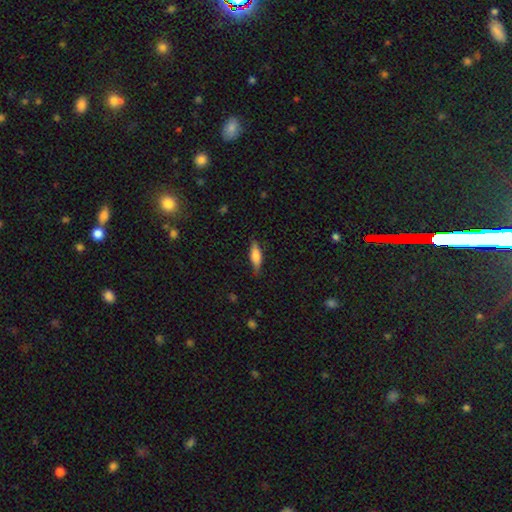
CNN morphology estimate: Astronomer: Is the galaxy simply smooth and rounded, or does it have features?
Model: smooth — 60%.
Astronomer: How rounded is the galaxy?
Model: cigar-shaped — 51% (runner-up: in between, 46%).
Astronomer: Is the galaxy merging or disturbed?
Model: none — 80%.